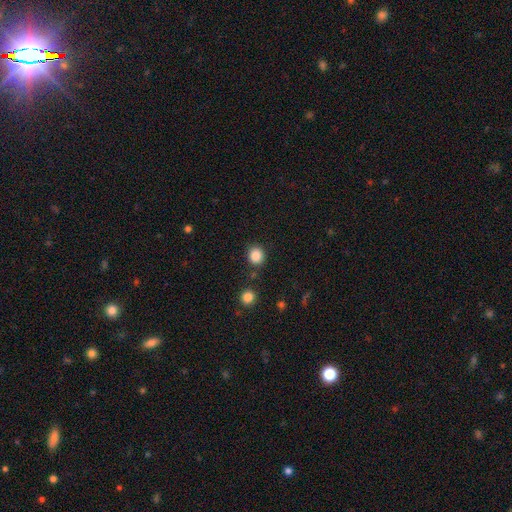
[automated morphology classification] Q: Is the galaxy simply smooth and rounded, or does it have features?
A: smooth — 86%.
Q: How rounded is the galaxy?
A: round — 81%.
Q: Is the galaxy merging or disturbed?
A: none — 85%.